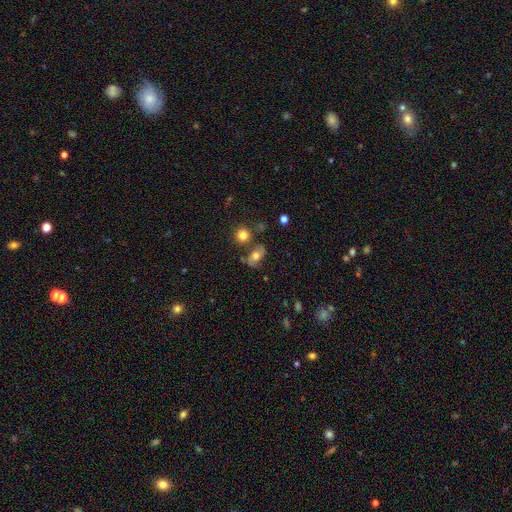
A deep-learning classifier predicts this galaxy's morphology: Smooth or featured: smooth — 54% (featured or disk — 35%)
How rounded: in between — 73% (round — 23%)
Merging: none — 60% (minor disturbance — 20%)